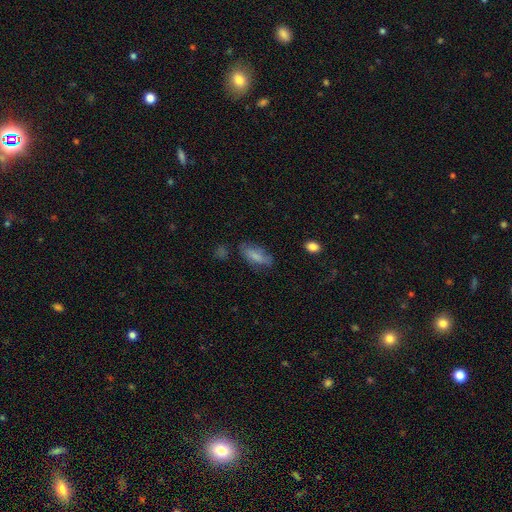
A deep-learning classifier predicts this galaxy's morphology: smooth_or_featured: smooth (p=0.76) [alt: featured or disk p=0.17]
how_rounded: in between (p=0.76) [alt: cigar-shaped p=0.22]
merging: none (p=0.64) [alt: minor disturbance p=0.25]